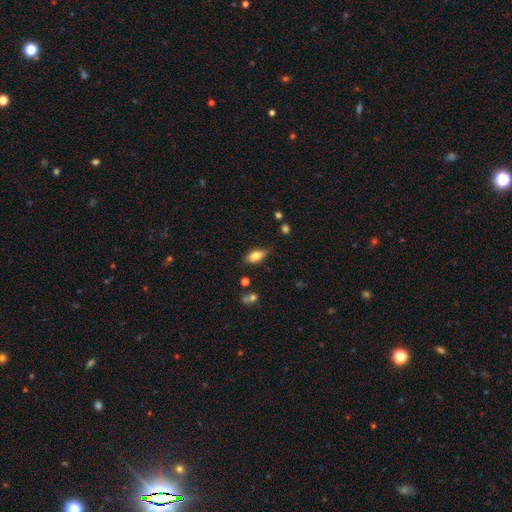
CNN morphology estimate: Smooth or featured?
  - smooth: 79% *
  - featured or disk: 13%
  - star or artifact: 8%
How rounded?
  - in between: 87% *
  - cigar-shaped: 9%
  - round: 4%
Merging?
  - none: 76% *
  - minor disturbance: 18%
  - major disturbance: 4%
  - merger: 2%